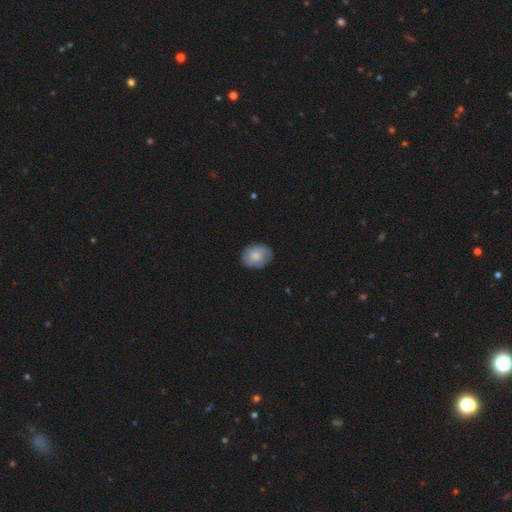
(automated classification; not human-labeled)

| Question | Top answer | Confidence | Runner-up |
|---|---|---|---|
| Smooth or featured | smooth | 78% | featured or disk (16%) |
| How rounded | in between | 57% | round (42%) |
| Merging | none | 82% | minor disturbance (14%) |